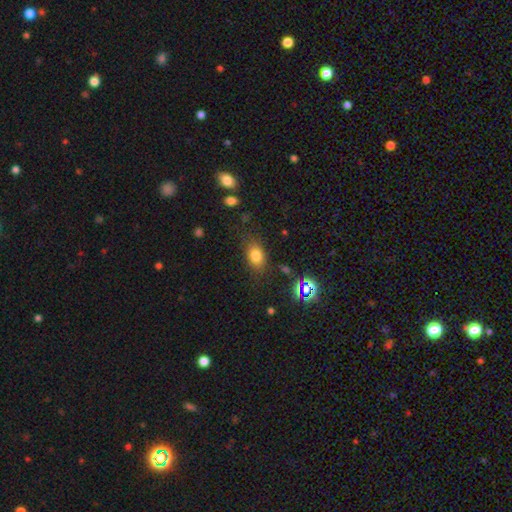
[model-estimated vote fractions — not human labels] Q: Smooth or featured?
A: smooth (77%); runner-up: star or artifact (14%)
Q: How rounded?
A: in between (75%); runner-up: round (22%)
Q: Merging?
A: none (77%); runner-up: minor disturbance (15%)